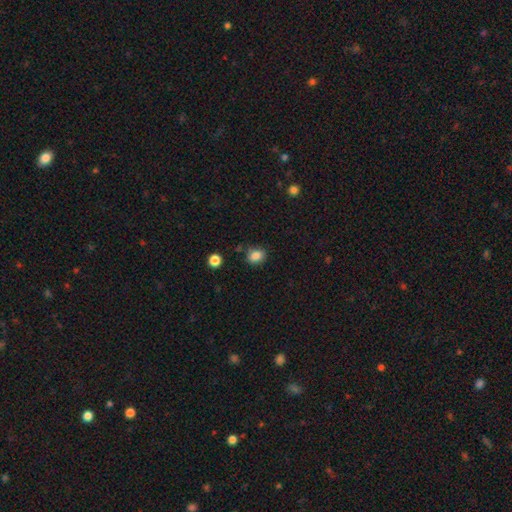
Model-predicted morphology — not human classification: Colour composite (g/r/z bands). It shows a smooth galaxy with no disk features (84%) that is in between round and cigar-shaped (54%). Merging: none (76%).